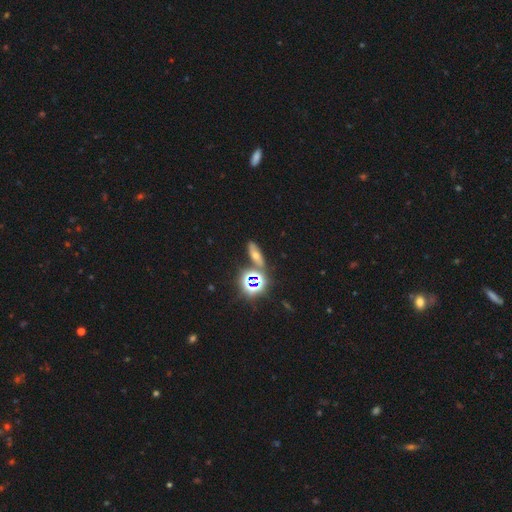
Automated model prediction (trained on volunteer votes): smooth-or-featured: smooth: 41% | star or artifact: 38% | featured or disk: 21%
  merging: none: 75% | minor disturbance: 12% | merger: 9% | major disturbance: 5%